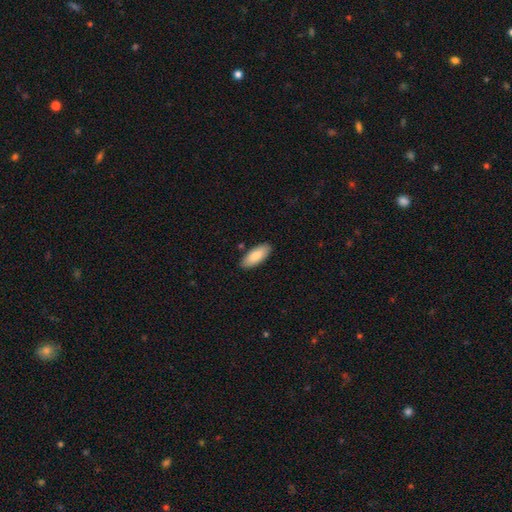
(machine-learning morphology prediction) type=smooth (86%); roundness=in between (83%); merging=none (87%).